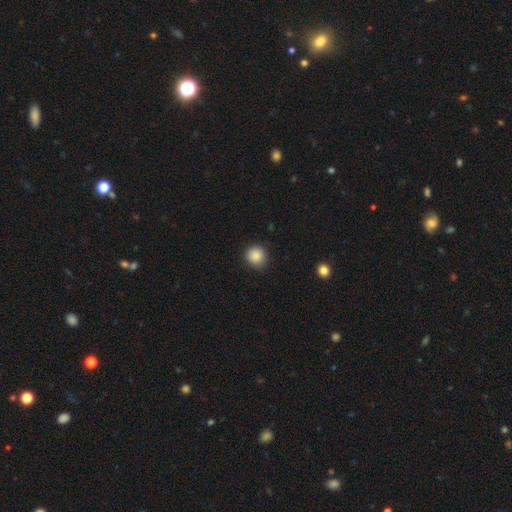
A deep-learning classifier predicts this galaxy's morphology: This is clearly a smooth galaxy (88%). How rounded: clearly round (93%). Merging: clearly none (90%).